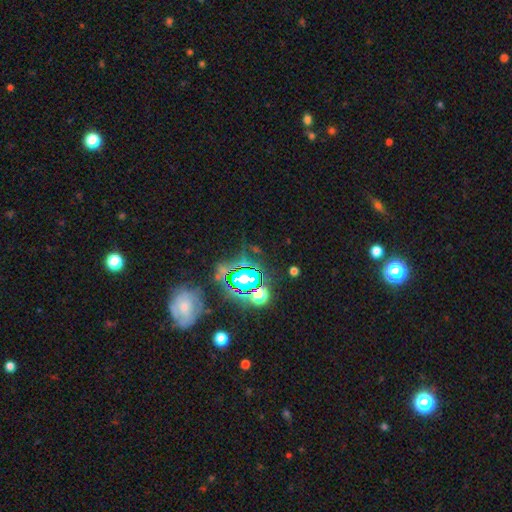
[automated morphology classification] Overall: star or artifact (76%).